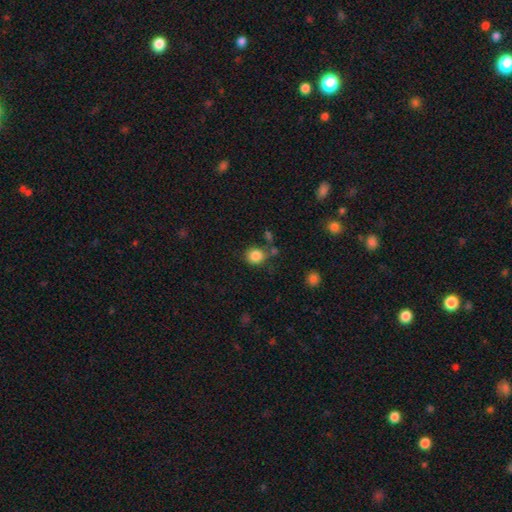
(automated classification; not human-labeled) Smooth or featured: smooth — 85% (star or artifact — 10%)
How rounded: round — 81% (in between — 18%)
Merging: none — 70% (minor disturbance — 15%)